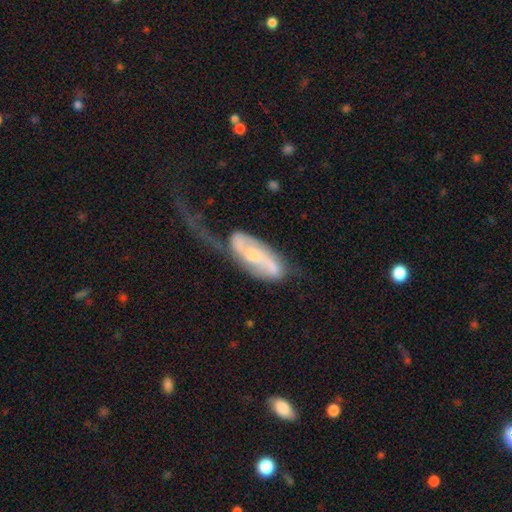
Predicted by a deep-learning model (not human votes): Smooth or featured?
  - featured or disk: 76% *
  - smooth: 18%
  - star or artifact: 6%
Edge-on disk?
  - no: 91% *
  - yes: 9%
Bar?
  - no: 46% *
  - weak: 38%
  - strong: 16%
Spiral arms?
  - yes: 88% *
  - no: 12%
Spiral winding?
  - loose: 42% *
  - medium: 38%
  - tight: 21%
Spiral arm count?
  - 2: 76% *
  - can't tell: 11%
  - 1: 9%
  - 3: 2%
  - 4: 1%
  - more than 4: 1%
Bulge size?
  - moderate: 53% *
  - small: 31%
  - large: 8%
  - none: 6%
  - dominant: 2%
Merging?
  - major disturbance: 46% *
  - none: 25%
  - minor disturbance: 22%
  - merger: 7%